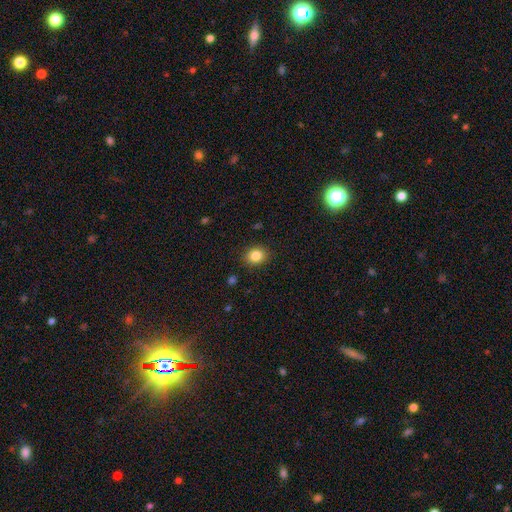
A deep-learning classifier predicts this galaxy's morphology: The model was most divided on "how rounded": round: 63%, in between: 36%, cigar-shaped: 1%. More confident: merging — none (89%); smooth or featured — smooth (85%).